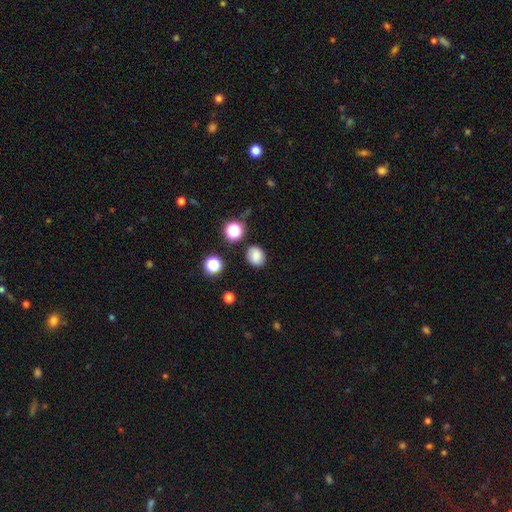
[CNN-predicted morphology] smooth 81%, star or artifact 13%, featured or disk 6%. Down the decision tree: how rounded — round (58%); merging — none (82%).